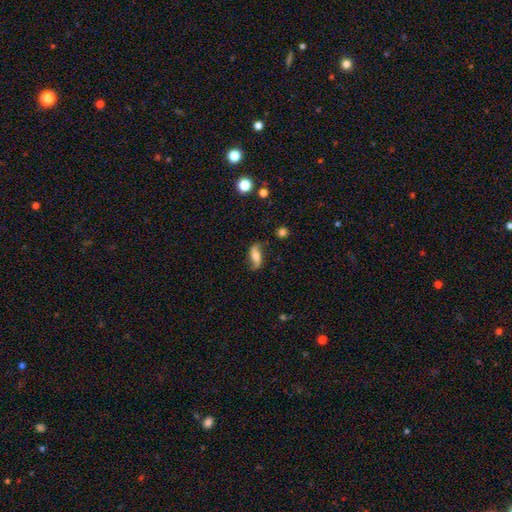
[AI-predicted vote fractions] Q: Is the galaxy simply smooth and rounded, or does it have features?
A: featured or disk — 66%.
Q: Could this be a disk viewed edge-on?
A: no — 90%.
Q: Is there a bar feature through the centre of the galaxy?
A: no — 49%.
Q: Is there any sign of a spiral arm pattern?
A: yes — 92%.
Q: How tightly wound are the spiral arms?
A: loose — 84%.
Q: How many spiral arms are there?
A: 2 — 92%.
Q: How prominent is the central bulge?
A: moderate — 41%.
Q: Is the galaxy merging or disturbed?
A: none — 74%.